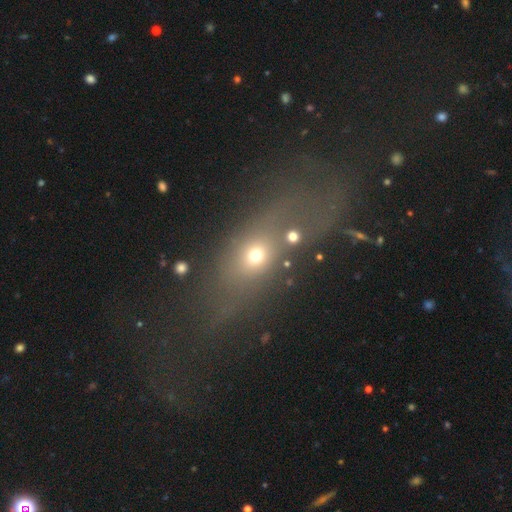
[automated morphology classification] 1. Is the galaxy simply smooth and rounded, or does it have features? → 63% smooth, 20% star or artifact, 17% featured or disk.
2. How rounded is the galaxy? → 53% in between, 39% round, 8% cigar-shaped.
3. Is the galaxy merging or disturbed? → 50% none, 22% merger, 15% major disturbance, 13% minor disturbance.